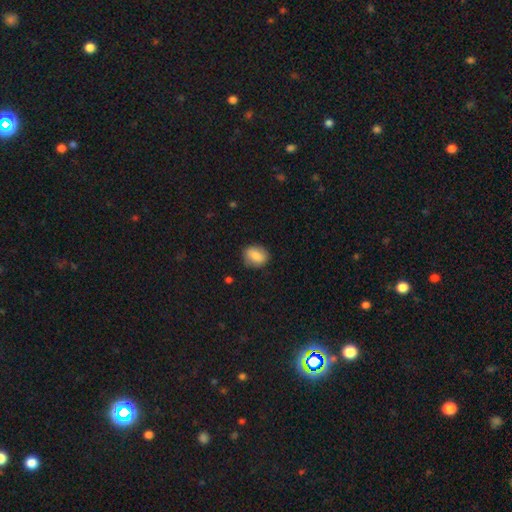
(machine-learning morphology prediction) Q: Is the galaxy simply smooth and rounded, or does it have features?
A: smooth — 79%.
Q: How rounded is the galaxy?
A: round — 57%.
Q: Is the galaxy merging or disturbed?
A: none — 83%.